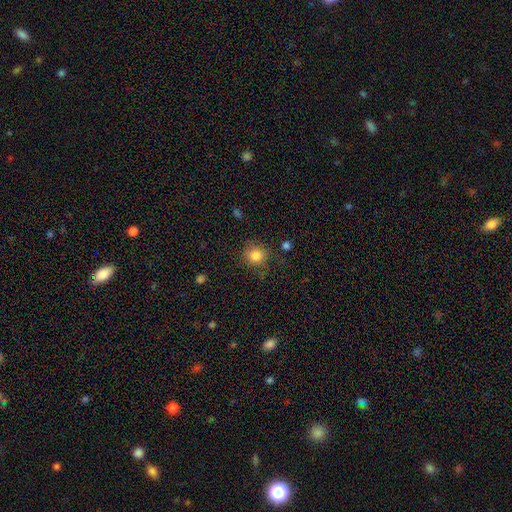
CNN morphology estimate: This is clearly a smooth galaxy (83%). How rounded: clearly round (85%). Merging: likely none (78%).